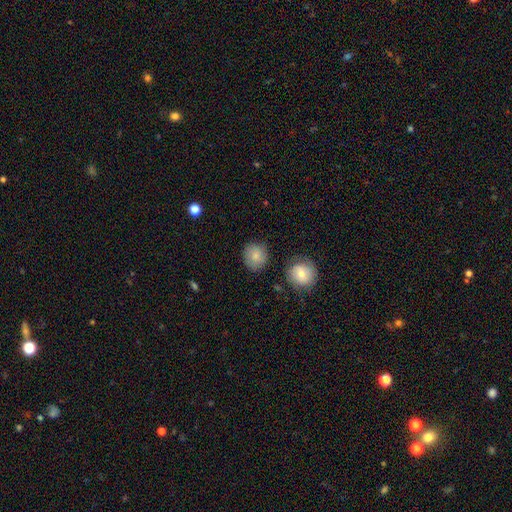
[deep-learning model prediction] smooth 83%, featured or disk 9%, star or artifact 8%. Down the decision tree: how rounded — round (87%); merging — none (81%).